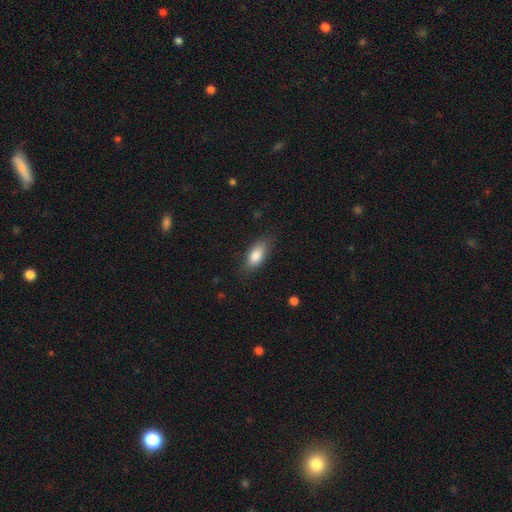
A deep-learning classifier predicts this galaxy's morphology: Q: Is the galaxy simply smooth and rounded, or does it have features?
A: smooth — 83%.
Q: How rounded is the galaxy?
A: in between — 85%.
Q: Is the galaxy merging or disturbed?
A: none — 78%.